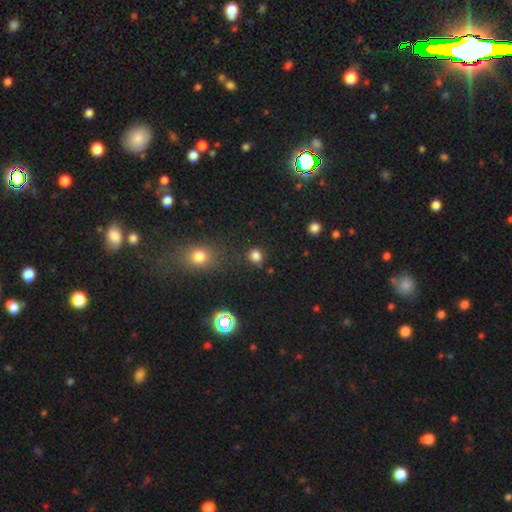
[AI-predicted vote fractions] Q: Smooth or featured?
A: smooth (78%); runner-up: star or artifact (18%)
Q: How rounded?
A: round (64%); runner-up: in between (35%)
Q: Merging?
A: none (77%); runner-up: minor disturbance (14%)